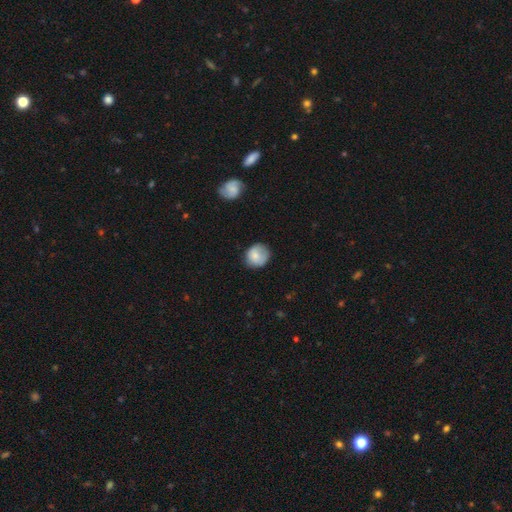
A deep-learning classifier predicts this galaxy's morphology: smooth 78%, featured or disk 14%, star or artifact 7%. Down the decision tree: how rounded — round (84%); merging — none (72%).